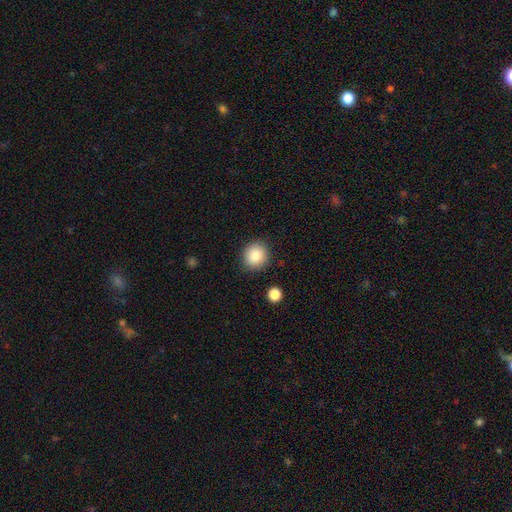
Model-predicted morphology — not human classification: smooth_or_featured: smooth (p=0.83) [alt: star or artifact p=0.10]
how_rounded: round (p=0.88) [alt: in between p=0.12]
merging: none (p=0.88) [alt: minor disturbance p=0.08]